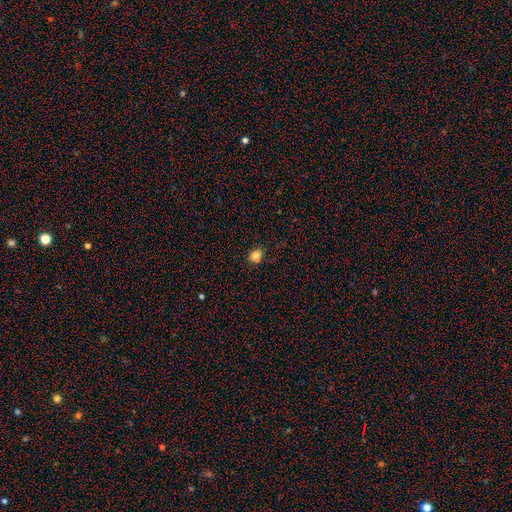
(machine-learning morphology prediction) type=smooth (82%); roundness=round (59%); merging=none (77%).